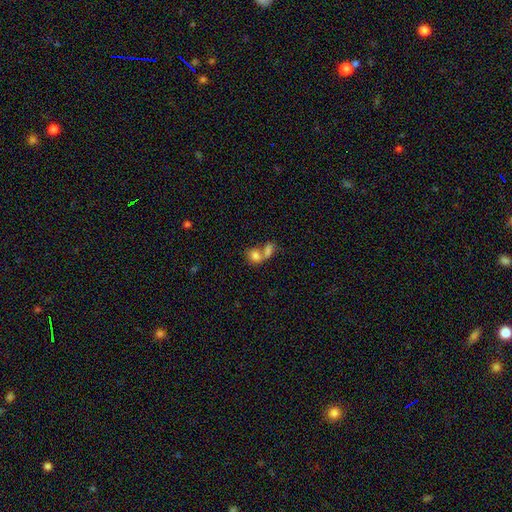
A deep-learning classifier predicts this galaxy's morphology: Smooth or featured: smooth — 77% (featured or disk — 14%)
How rounded: in between — 60% (round — 37%)
Merging: merger — 70% (none — 19%)